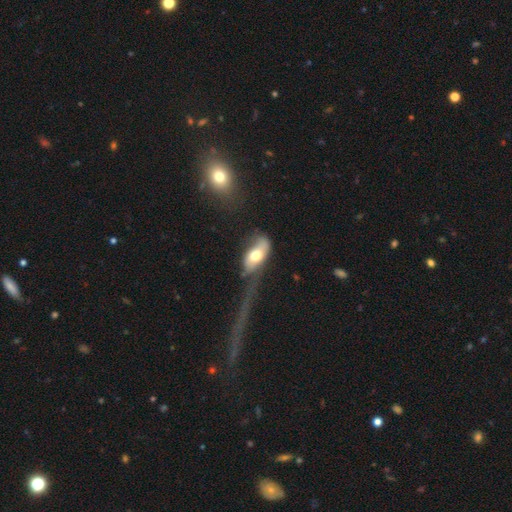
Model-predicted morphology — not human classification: This is possibly a smooth galaxy (57%). How rounded: clearly in between (88%). Merging: possibly major disturbance (47%).